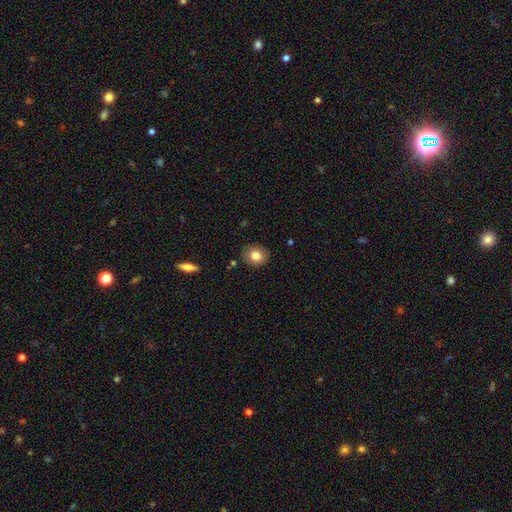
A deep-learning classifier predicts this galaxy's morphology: This is clearly a smooth galaxy (81%). How rounded: likely round (71%). Merging: clearly none (87%).